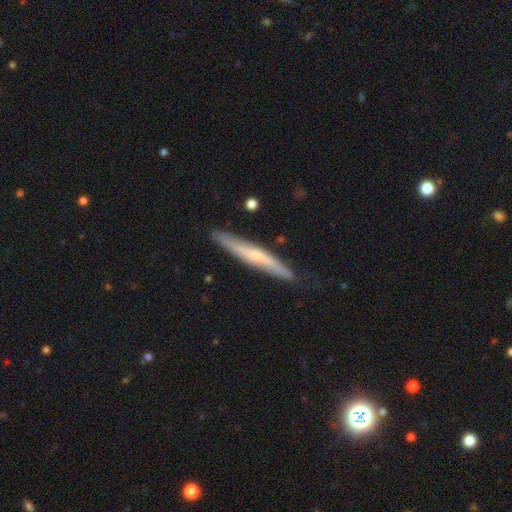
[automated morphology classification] Smooth or featured? featured or disk (51%)
Edge-on disk? yes (88%)
Merging? none (83%)